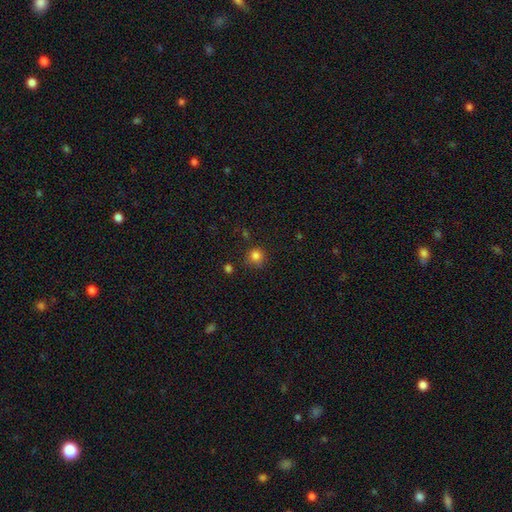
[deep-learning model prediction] Smooth or featured: smooth — 81% (star or artifact — 13%)
How rounded: round — 90% (in between — 9%)
Merging: none — 78% (minor disturbance — 14%)